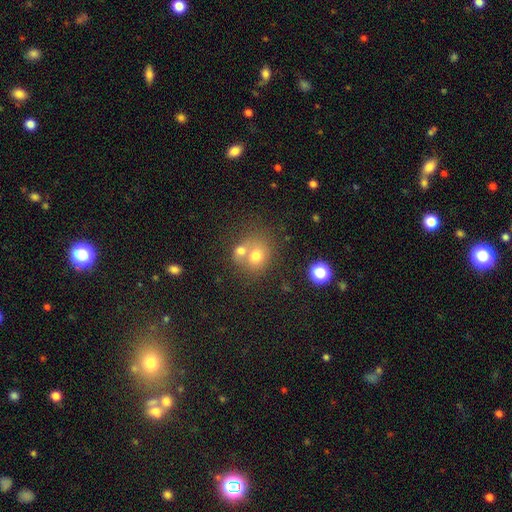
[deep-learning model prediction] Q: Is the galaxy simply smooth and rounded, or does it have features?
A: smooth — 69%.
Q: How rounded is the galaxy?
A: round — 66%.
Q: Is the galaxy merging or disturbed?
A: merger — 49%.